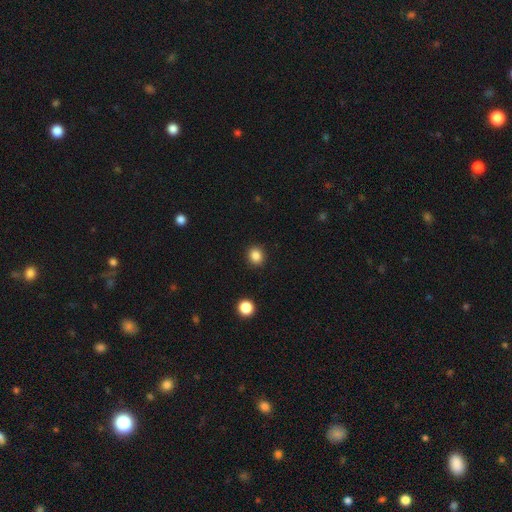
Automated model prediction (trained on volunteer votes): Smooth or featured? smooth (85%)
How rounded? round (81%)
Merging? none (91%)